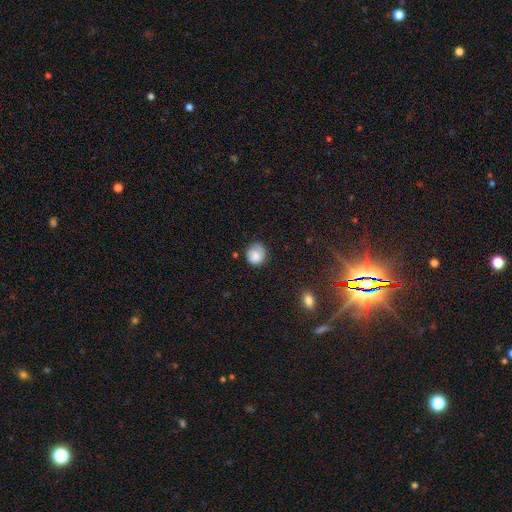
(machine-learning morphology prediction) smooth-or-featured: smooth: 79% | featured or disk: 13% | star or artifact: 8%
  how-rounded: round: 87% | in between: 12% | cigar-shaped: 1%
  merging: none: 70% | minor disturbance: 21% | major disturbance: 6% | merger: 2%